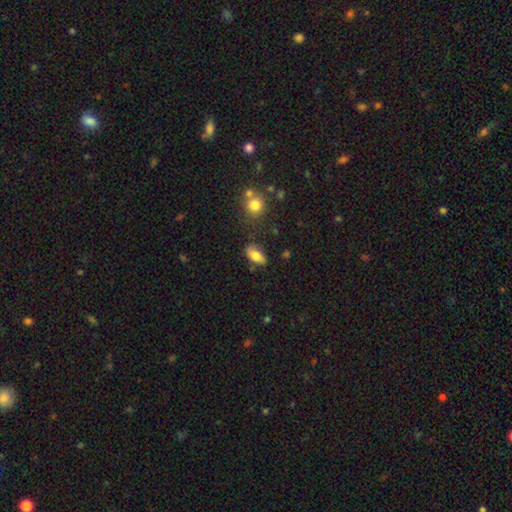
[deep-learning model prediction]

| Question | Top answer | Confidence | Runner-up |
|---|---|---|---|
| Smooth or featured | smooth | 75% | featured or disk (17%) |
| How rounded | in between | 89% | cigar-shaped (6%) |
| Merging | none | 66% | minor disturbance (24%) |